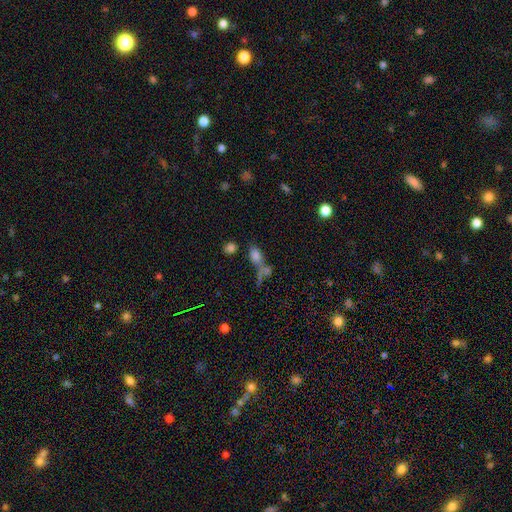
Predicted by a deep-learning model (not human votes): Smooth or featured? Predicted: smooth (p=0.71). How rounded? Predicted: in between (p=0.77). Merging? Predicted: merger (p=0.41).